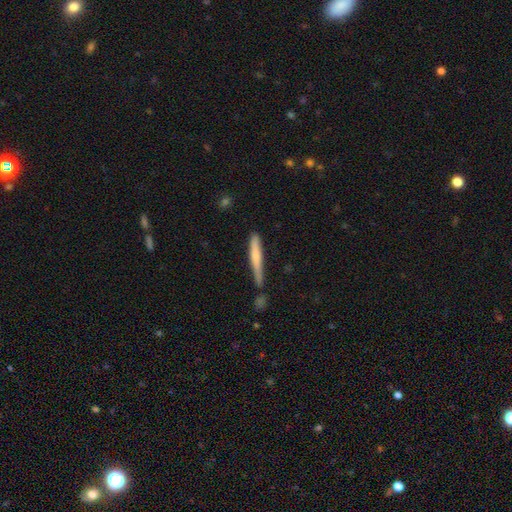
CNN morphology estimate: A smooth galaxy with no disk features (62%) that is cigar-shaped (94%). Merging: none (64%).